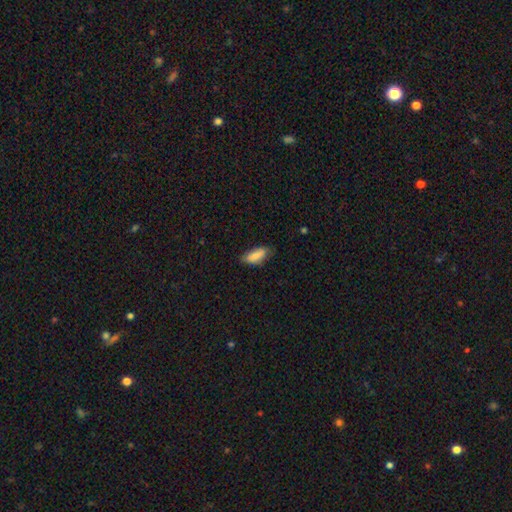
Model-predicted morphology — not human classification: smooth_or_featured: smooth (p=0.84) [alt: featured or disk p=0.10]
how_rounded: in between (p=0.80) [alt: cigar-shaped p=0.18]
merging: none (p=0.71) [alt: minor disturbance p=0.23]